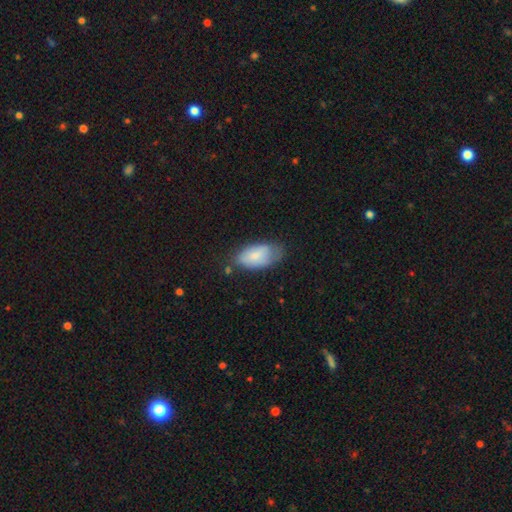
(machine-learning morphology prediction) Smooth or featured? Predicted: smooth (p=0.75). How rounded? Predicted: in between (p=0.94). Merging? Predicted: none (p=0.51).